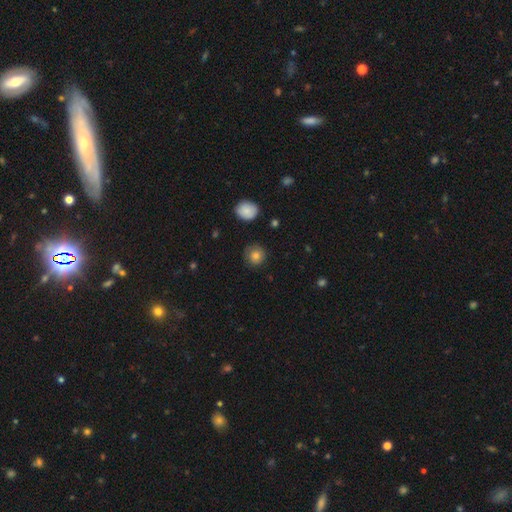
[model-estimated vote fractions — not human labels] A smooth galaxy with no disk features (82%) that is round (92%). Merging: none (86%).